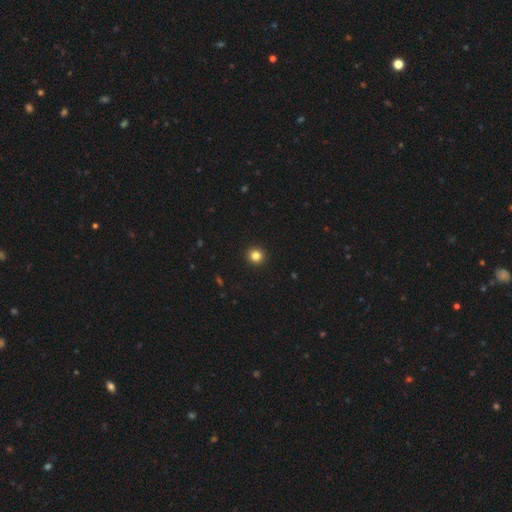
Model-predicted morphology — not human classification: Smooth or featured? smooth (84%)
How rounded? round (93%)
Merging? none (94%)